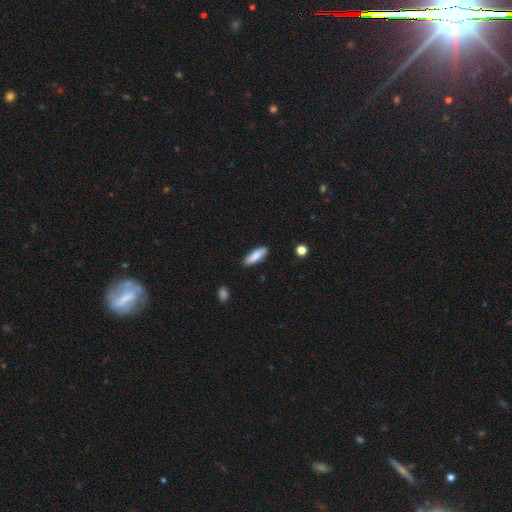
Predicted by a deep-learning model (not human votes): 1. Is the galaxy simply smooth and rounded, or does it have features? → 82% smooth, 12% featured or disk, 6% star or artifact.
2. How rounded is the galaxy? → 54% in between, 45% cigar-shaped, 2% round.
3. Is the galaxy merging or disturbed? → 85% none, 11% minor disturbance, 2% major disturbance, 2% merger.